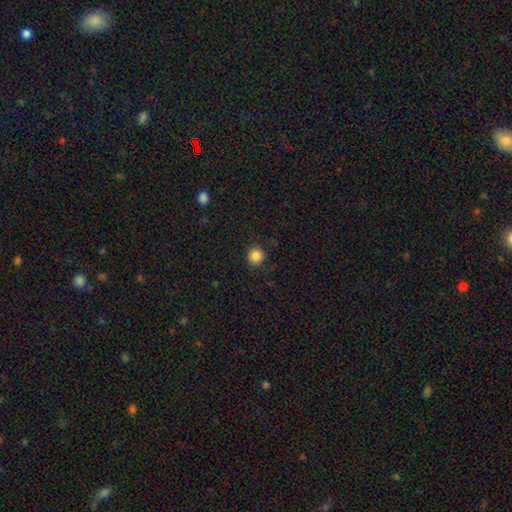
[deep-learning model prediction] This appears to be a smooth galaxy with no disk features (86%) that is round (92%). Merging: none (89%).